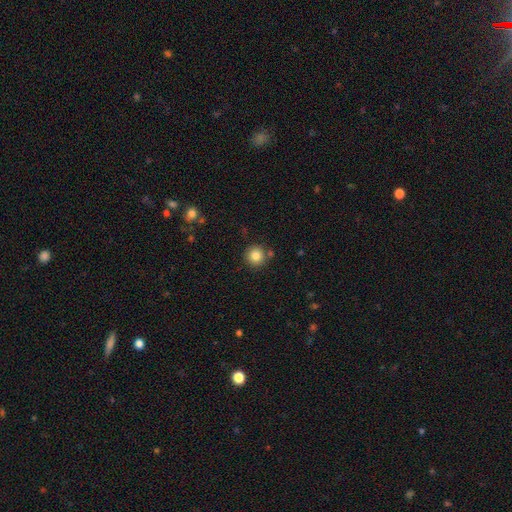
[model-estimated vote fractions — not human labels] smooth-or-featured: smooth: 84% | star or artifact: 10% | featured or disk: 6%
  how-rounded: round: 94% | in between: 5% | cigar-shaped: 1%
  merging: none: 83% | minor disturbance: 9% | merger: 5% | major disturbance: 3%